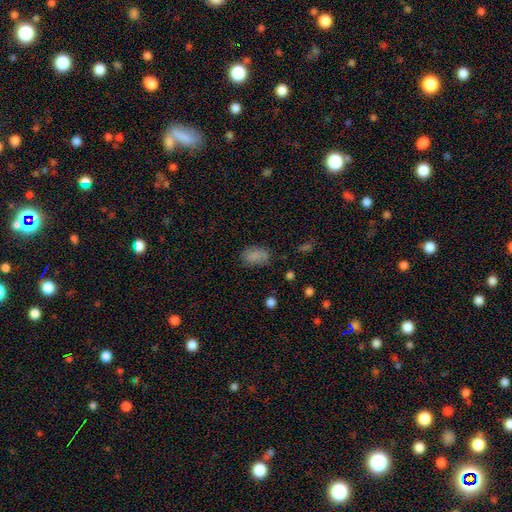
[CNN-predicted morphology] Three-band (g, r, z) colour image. It shows a smooth galaxy with no disk features (82%) that is in between round and cigar-shaped (87%). Merging: none (69%).